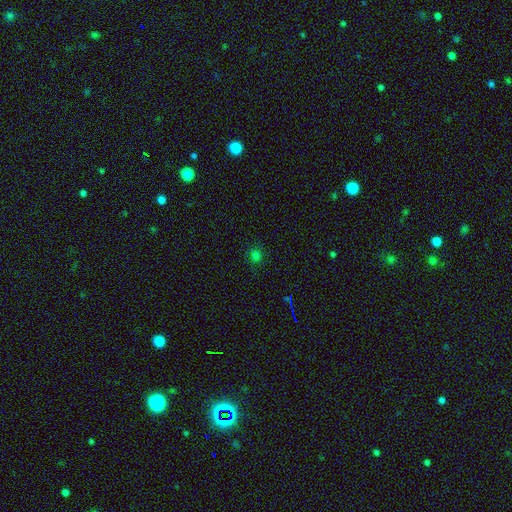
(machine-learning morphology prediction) Smooth or featured?
  - smooth: 70% *
  - star or artifact: 25%
  - featured or disk: 5%
How rounded?
  - round: 80% *
  - in between: 19%
  - cigar-shaped: 1%
Merging?
  - none: 83% *
  - minor disturbance: 12%
  - major disturbance: 4%
  - merger: 2%